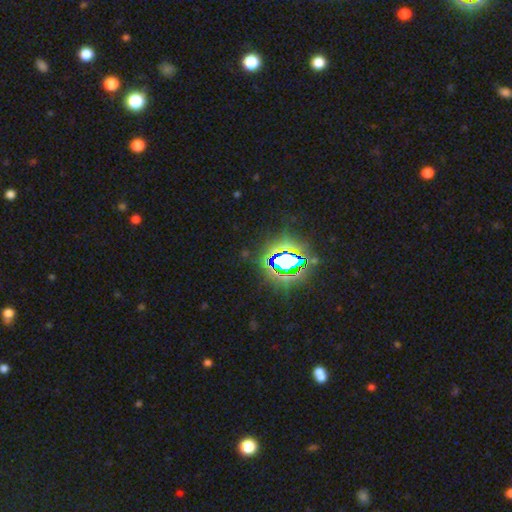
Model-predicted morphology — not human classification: Smooth or featured?
  - star or artifact: 83% *
  - smooth: 10%
  - featured or disk: 7%